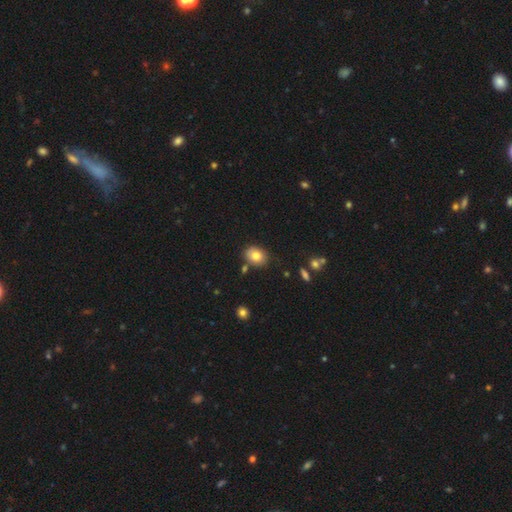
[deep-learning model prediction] Smooth or featured: smooth — 80% (featured or disk — 11%)
How rounded: in between — 65% (round — 34%)
Merging: none — 78% (minor disturbance — 13%)